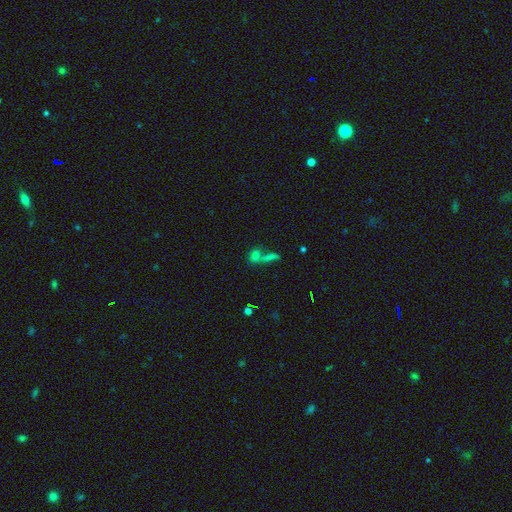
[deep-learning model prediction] smooth_or_featured: smooth (p=0.64) [alt: star or artifact p=0.21]
how_rounded: in between (p=0.64) [alt: cigar-shaped p=0.19]
merging: merger (p=0.53) [alt: none p=0.33]